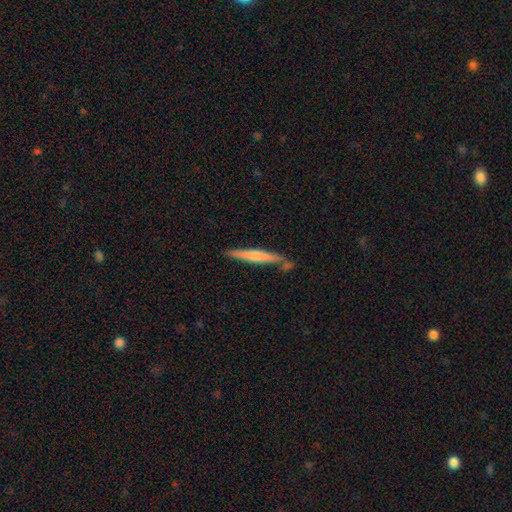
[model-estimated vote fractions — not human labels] Smooth or featured: smooth — 54% (featured or disk — 41%)
How rounded: cigar-shaped — 95% (in between — 3%)
Merging: none — 76% (minor disturbance — 14%)